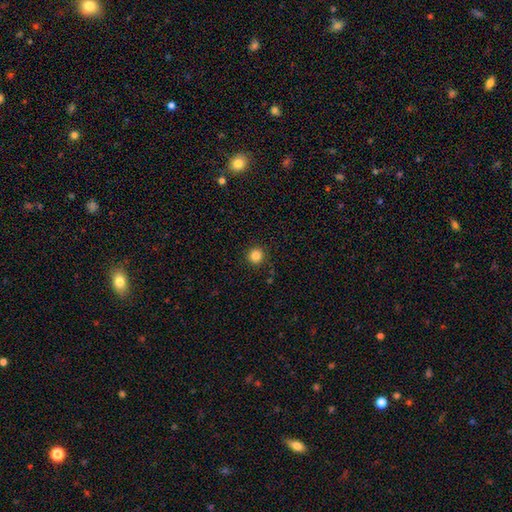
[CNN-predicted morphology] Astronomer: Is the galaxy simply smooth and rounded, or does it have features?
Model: smooth — 84%.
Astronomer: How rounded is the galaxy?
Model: round — 95%.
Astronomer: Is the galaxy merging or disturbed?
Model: none — 91%.